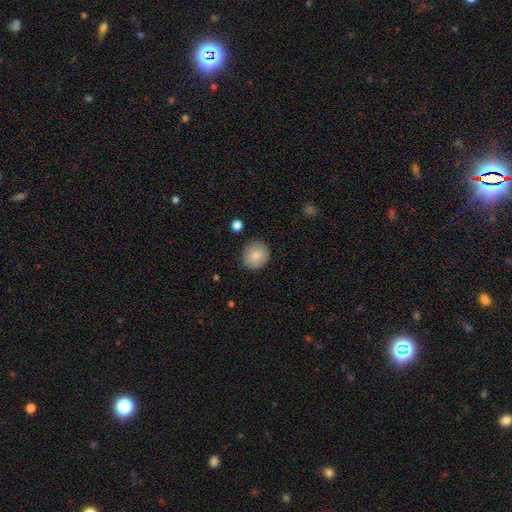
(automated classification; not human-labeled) Smooth or featured: smooth — 84% (featured or disk — 9%)
How rounded: round — 92% (in between — 7%)
Merging: none — 88% (minor disturbance — 9%)